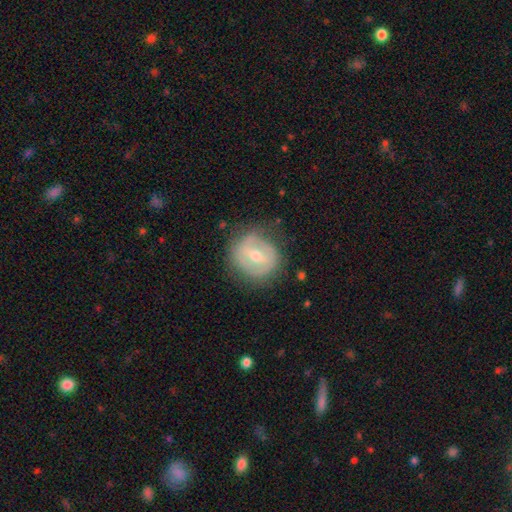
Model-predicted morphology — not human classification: Q: Smooth or featured?
A: featured or disk (64%); runner-up: smooth (30%)
Q: Edge-on disk?
A: no (95%); runner-up: yes (5%)
Q: Bar?
A: weak (45%); runner-up: strong (35%)
Q: Spiral arms?
A: no (55%); runner-up: yes (45%)
Q: Bulge size?
A: moderate (63%); runner-up: small (33%)
Q: Merging?
A: none (73%); runner-up: minor disturbance (18%)